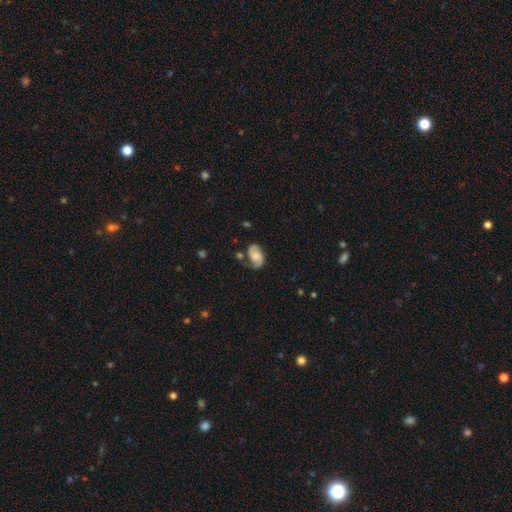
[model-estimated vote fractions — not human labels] This appears to be a featured or disk galaxy (63%) with no bar (62%), 2 (82%) medium (44%) spiral arms (92%) and no central bulge (33%). Merging: none (59%).